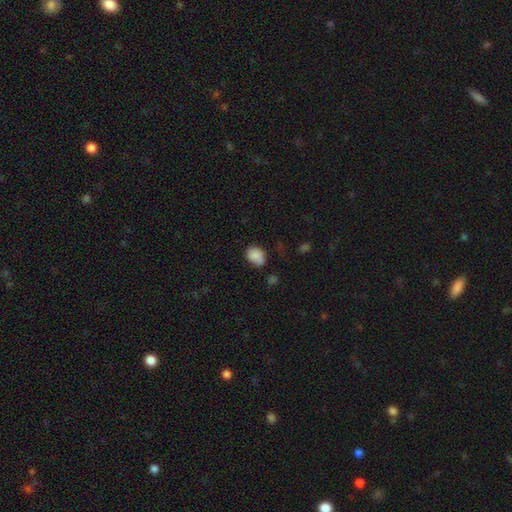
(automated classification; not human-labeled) Smooth or featured? Predicted: smooth (p=0.83). How rounded? Predicted: in between (p=0.58). Merging? Predicted: none (p=0.60).